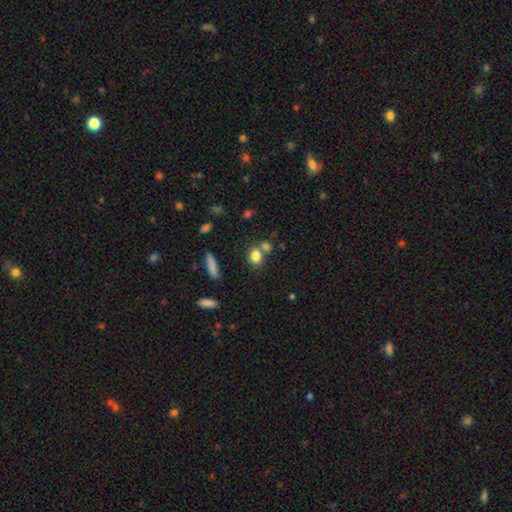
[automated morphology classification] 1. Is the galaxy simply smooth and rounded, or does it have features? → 81% smooth, 11% star or artifact, 8% featured or disk.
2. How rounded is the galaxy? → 57% round, 41% in between, 2% cigar-shaped.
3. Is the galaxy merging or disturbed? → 54% none, 32% merger, 10% minor disturbance, 4% major disturbance.